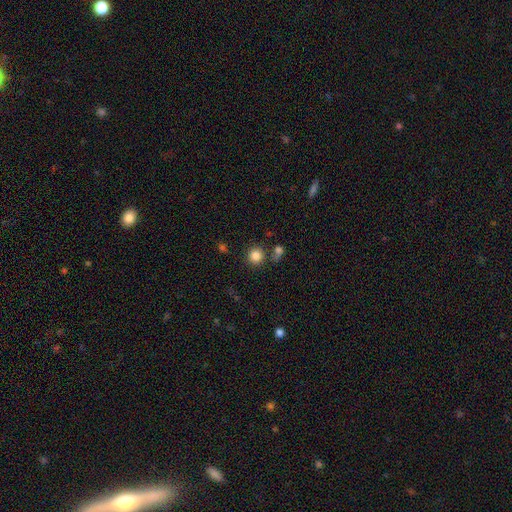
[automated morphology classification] Smooth or featured? Predicted: smooth (p=0.84). How rounded? Predicted: round (p=0.92). Merging? Predicted: none (p=0.76).